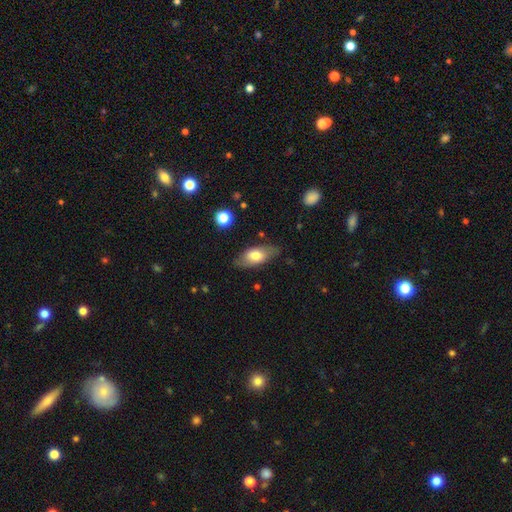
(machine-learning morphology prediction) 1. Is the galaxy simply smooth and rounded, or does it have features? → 68% smooth, 26% featured or disk, 6% star or artifact.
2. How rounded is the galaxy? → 86% in between, 11% cigar-shaped, 4% round.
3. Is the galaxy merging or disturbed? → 77% none, 17% minor disturbance, 4% major disturbance, 2% merger.